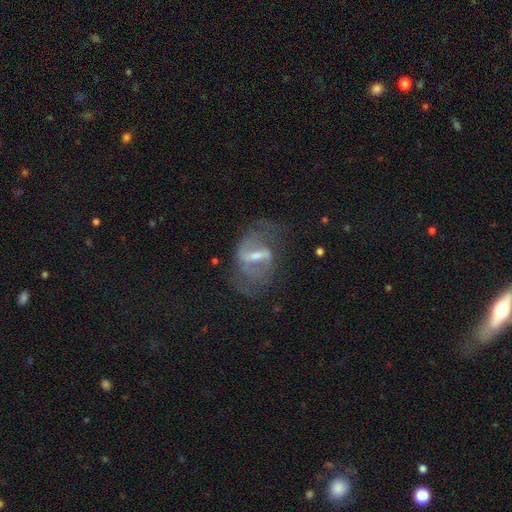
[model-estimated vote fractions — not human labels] Q: Smooth or featured?
A: featured or disk (78%); runner-up: smooth (12%)
Q: Edge-on disk?
A: no (93%); runner-up: yes (7%)
Q: Bar?
A: strong (49%); runner-up: weak (41%)
Q: Spiral arms?
A: yes (81%); runner-up: no (19%)
Q: Spiral winding?
A: medium (44%); runner-up: loose (38%)
Q: Spiral arm count?
A: 2 (76%); runner-up: can't tell (14%)
Q: Bulge size?
A: moderate (43%); tied with: small (43%)
Q: Merging?
A: none (58%); runner-up: minor disturbance (20%)